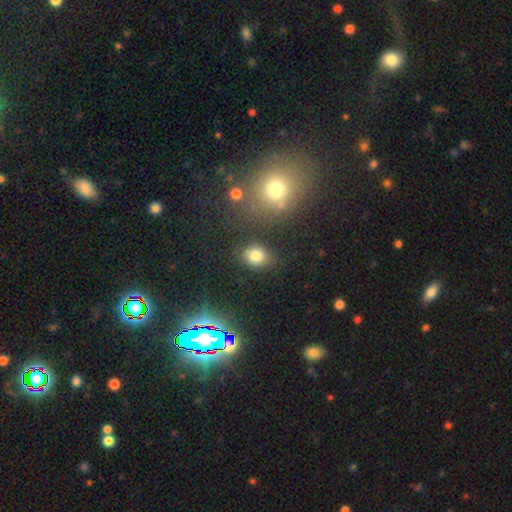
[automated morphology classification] The model was most divided on "how rounded": in between: 54%, round: 45%, cigar-shaped: 2%. More confident: smooth or featured — smooth (79%); merging — none (79%).